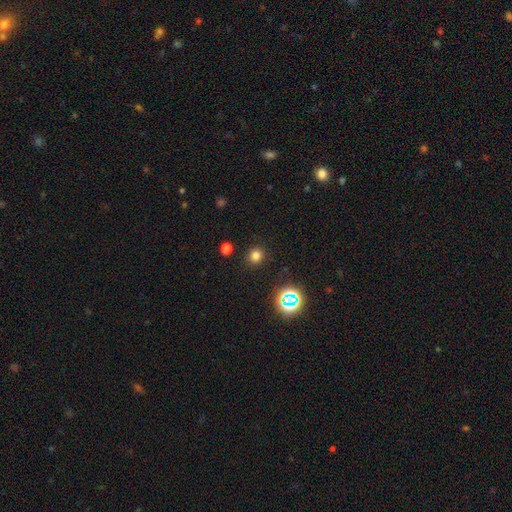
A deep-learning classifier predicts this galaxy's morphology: Overall: smooth (76%). How rounded: round (87%). Merging: none (89%).